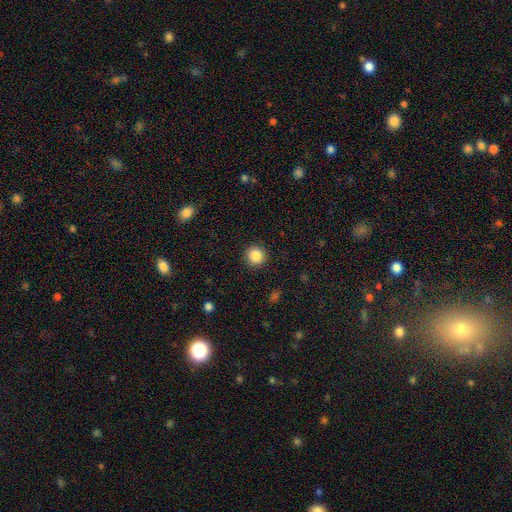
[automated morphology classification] Overall: smooth (86%). How rounded: round (94%). Merging: none (91%).